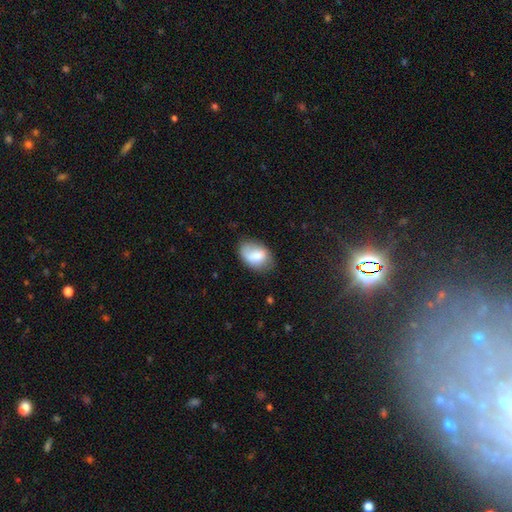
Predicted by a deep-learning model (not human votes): A smooth galaxy with no disk features (74%) that is in between round and cigar-shaped (87%). Merging: none (64%).